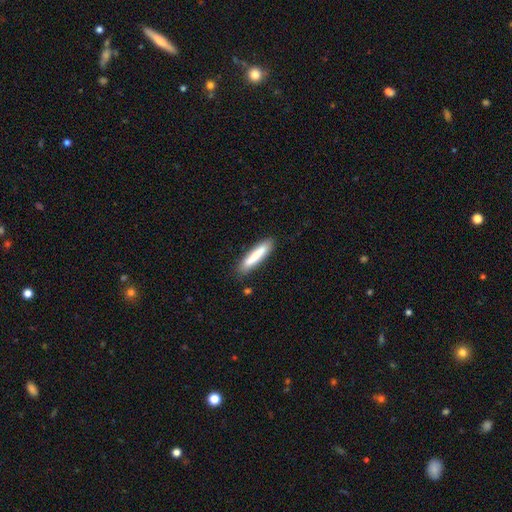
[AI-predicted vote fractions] A smooth galaxy with no disk features (81%) that is cigar-shaped (87%). Merging: none (86%).